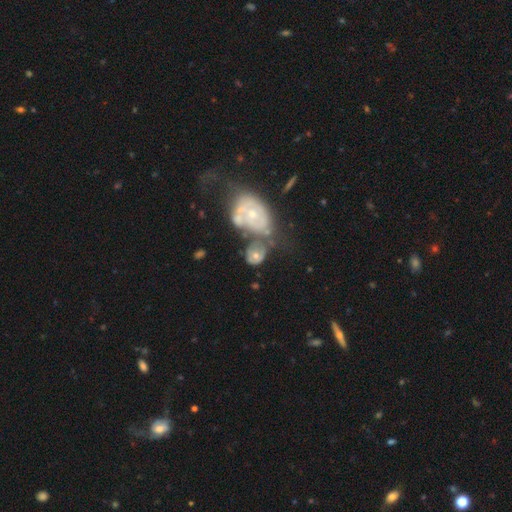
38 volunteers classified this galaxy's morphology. featured or disk 50%, smooth 39%, star or artifact 11%. Down the decision tree: edge-on disk — no (100%); bar — no (84%); spiral arms — no (79%); bulge size — moderate (47%); merging — merger (47%).